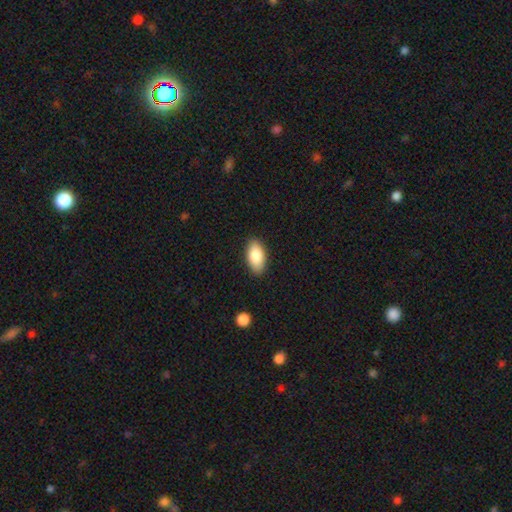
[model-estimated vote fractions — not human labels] The model was most divided on "merging": none: 87%, minor disturbance: 9%, major disturbance: 2%, merger: 1%. More confident: how rounded — in between (94%); smooth or featured — smooth (86%).